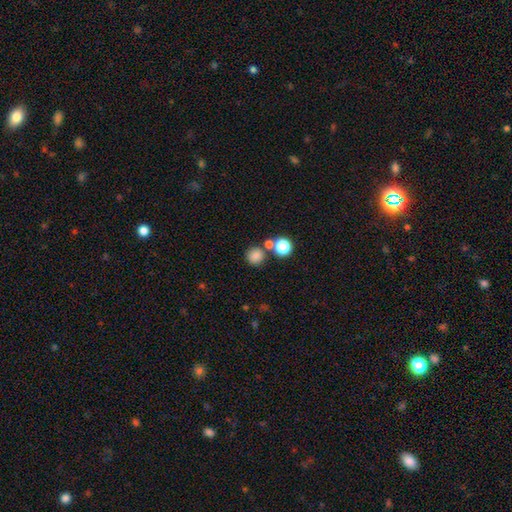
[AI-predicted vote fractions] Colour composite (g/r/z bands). It shows a smooth galaxy with no disk features (81%) that is round (91%). Merging: none (70%).